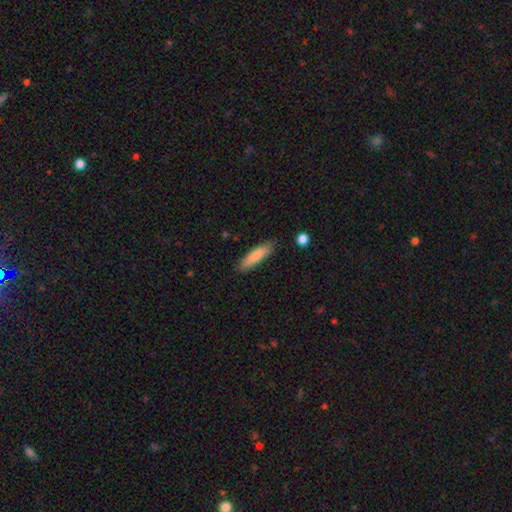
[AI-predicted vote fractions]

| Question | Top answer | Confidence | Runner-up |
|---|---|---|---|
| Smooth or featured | smooth | 83% | featured or disk (11%) |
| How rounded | cigar-shaped | 71% | in between (28%) |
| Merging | none | 85% | minor disturbance (11%) |